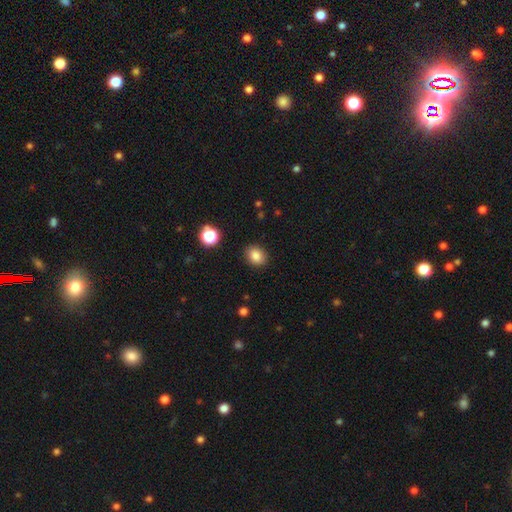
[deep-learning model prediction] Smooth or featured?
  - smooth: 85% *
  - star or artifact: 11%
  - featured or disk: 5%
How rounded?
  - round: 53% *
  - in between: 47%
  - cigar-shaped: 1%
Merging?
  - none: 88% *
  - minor disturbance: 8%
  - major disturbance: 2%
  - merger: 1%